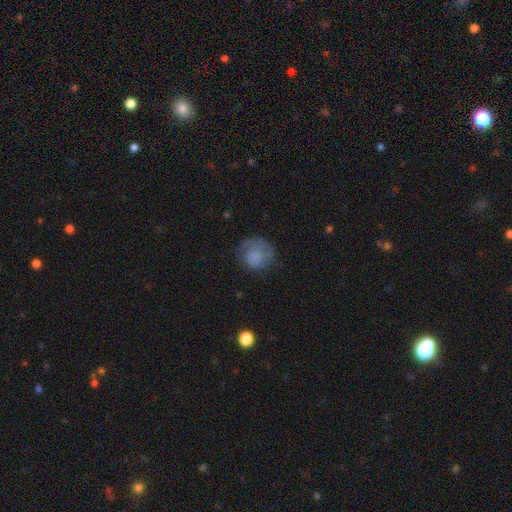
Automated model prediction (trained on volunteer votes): A smooth galaxy with no disk features (61%) that is round (80%).

Vote fractions:
- Smooth or featured? smooth: 61% / featured or disk: 30% / star or artifact: 9%
- How rounded? round: 80% / in between: 19% / cigar-shaped: 1%
- Merging? none: 56% / minor disturbance: 23% / major disturbance: 19% / merger: 2%